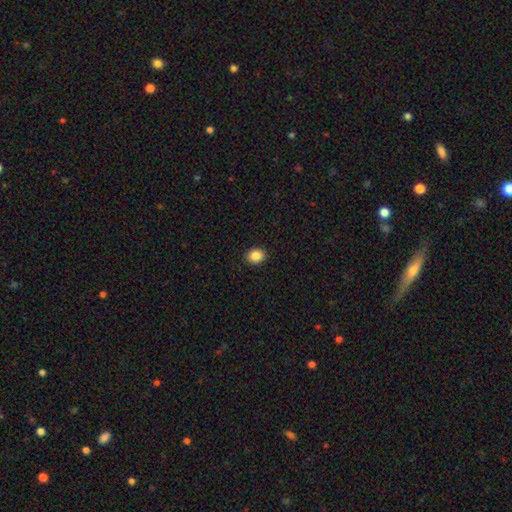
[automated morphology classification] This appears to be a smooth galaxy with no disk features (87%) that is round (60%). Merging: none (91%).